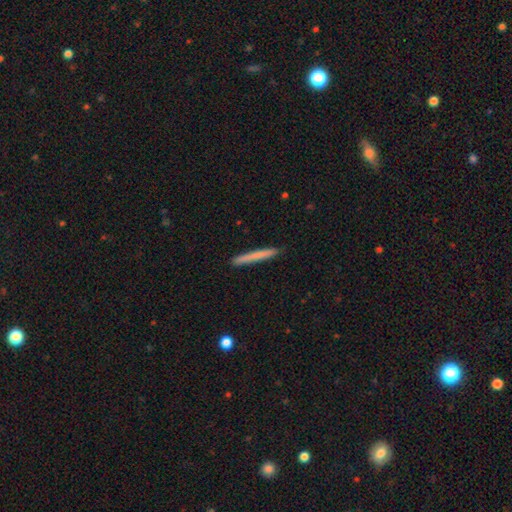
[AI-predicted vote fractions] Overall: smooth (72%). How rounded: cigar-shaped (97%). Merging: none (91%).